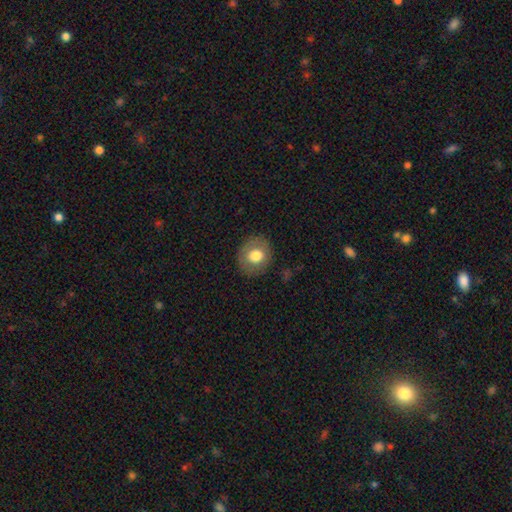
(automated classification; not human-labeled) smooth-or-featured: smooth: 73% | featured or disk: 19% | star or artifact: 8%
  how-rounded: round: 77% | in between: 22% | cigar-shaped: 1%
  merging: none: 86% | minor disturbance: 10% | major disturbance: 3% | merger: 1%